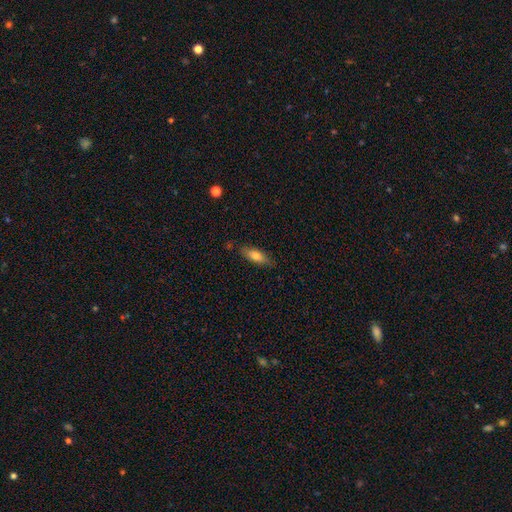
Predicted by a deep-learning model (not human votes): A smooth galaxy with no disk features (73%) that is in between round and cigar-shaped (60%). Merging: none (81%).